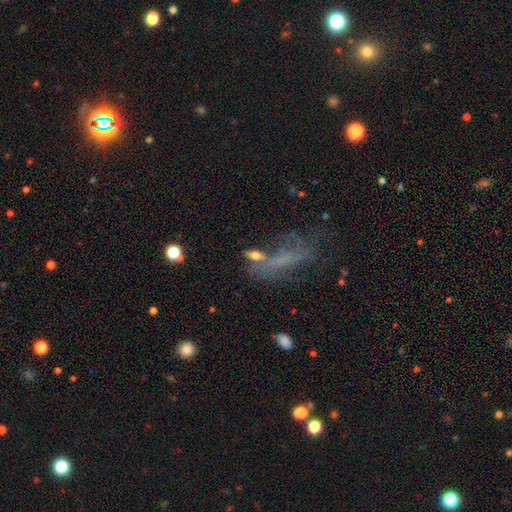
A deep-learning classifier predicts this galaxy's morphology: The model was most divided on "how rounded": in between: 50%, cigar-shaped: 39%, round: 10%. Remaining: smooth or featured — smooth (52%); merging — none (45%).